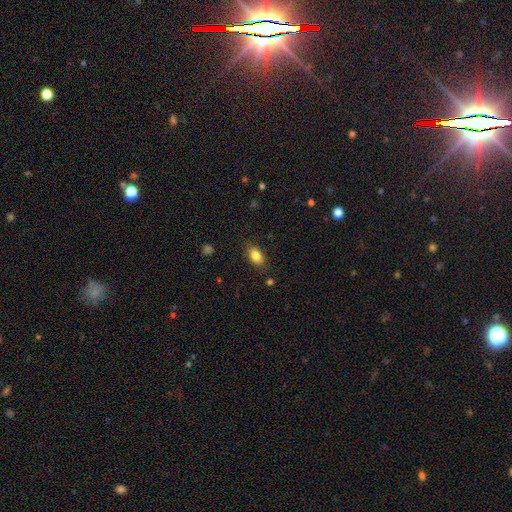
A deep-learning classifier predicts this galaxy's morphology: Smooth or featured?
  - smooth: 84% *
  - star or artifact: 8%
  - featured or disk: 7%
How rounded?
  - in between: 86% *
  - round: 11%
  - cigar-shaped: 3%
Merging?
  - none: 84% *
  - minor disturbance: 12%
  - major disturbance: 3%
  - merger: 1%